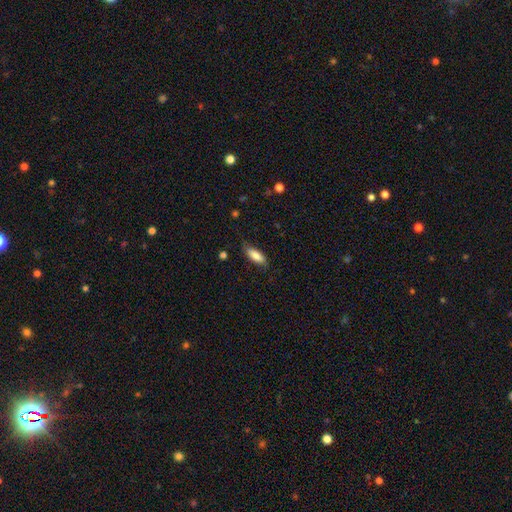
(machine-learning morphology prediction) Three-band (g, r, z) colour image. It shows a smooth galaxy with no disk features (82%) that is in between round and cigar-shaped (74%). Merging: none (75%).